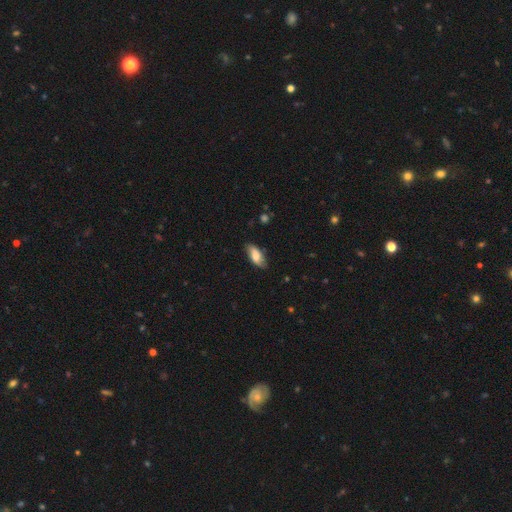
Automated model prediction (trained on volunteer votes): Morphology: type=smooth (74%); roundness=in between (86%); merging=none (77%).